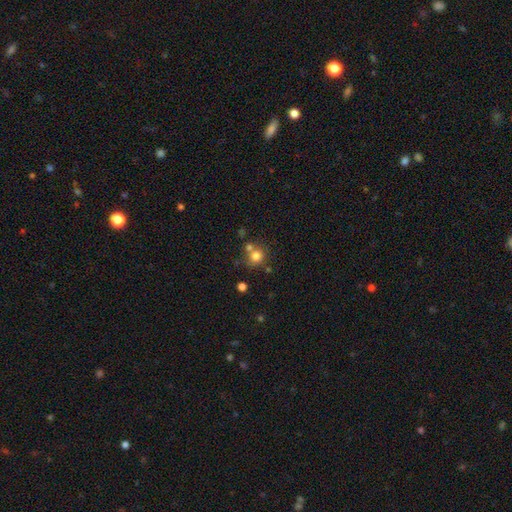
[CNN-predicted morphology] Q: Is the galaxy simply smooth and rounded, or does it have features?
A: smooth — 77%.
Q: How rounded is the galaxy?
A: round — 86%.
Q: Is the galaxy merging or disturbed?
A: none — 58%.